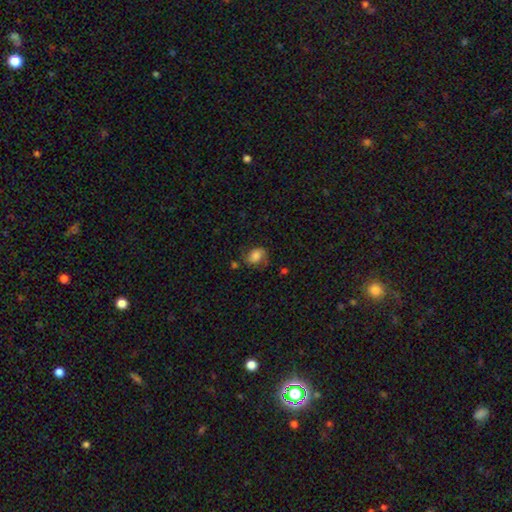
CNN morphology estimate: smooth-or-featured: smooth: 53% | featured or disk: 37% | star or artifact: 10%
  how-rounded: in between: 64% | round: 34% | cigar-shaped: 1%
  merging: none: 55% | minor disturbance: 27% | major disturbance: 15% | merger: 4%